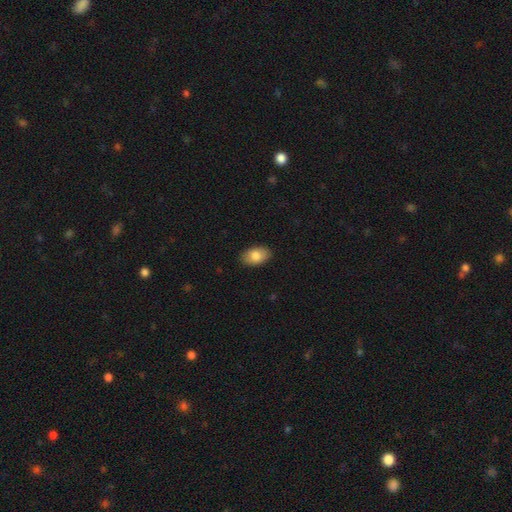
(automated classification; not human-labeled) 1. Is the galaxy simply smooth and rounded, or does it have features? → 83% smooth, 10% featured or disk, 6% star or artifact.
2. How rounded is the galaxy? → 93% in between, 6% round, 1% cigar-shaped.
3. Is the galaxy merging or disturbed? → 88% none, 9% minor disturbance, 2% major disturbance, 1% merger.